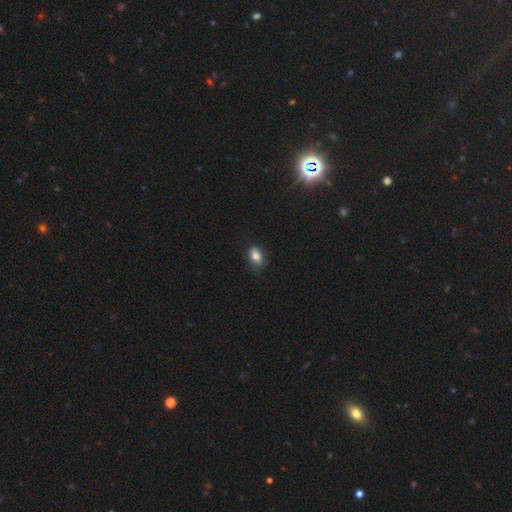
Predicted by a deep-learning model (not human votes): This appears to be a smooth galaxy with no disk features (84%) that is in between round and cigar-shaped (85%). Merging: none (68%).